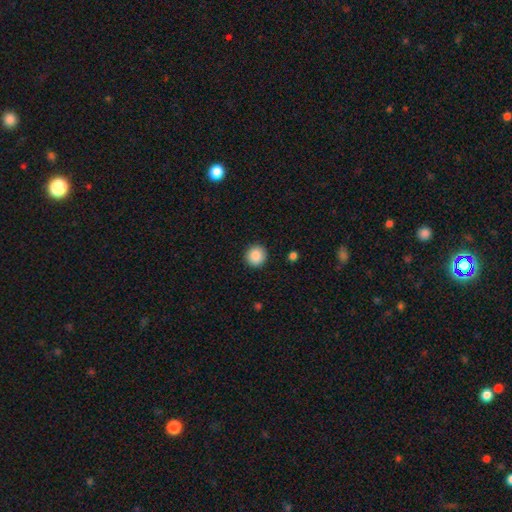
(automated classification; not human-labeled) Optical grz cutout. It shows a smooth galaxy with no disk features (88%) that is round (93%). Merging: none (92%).